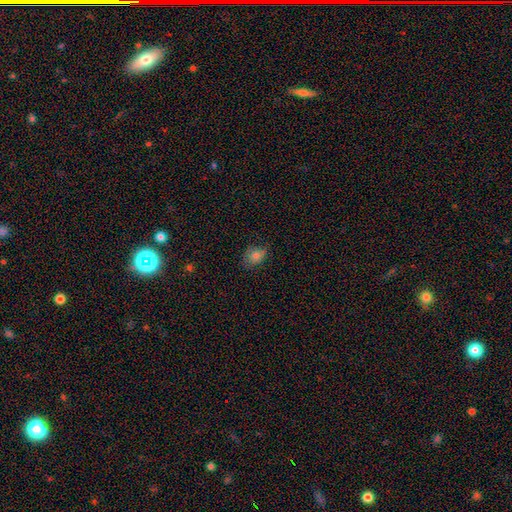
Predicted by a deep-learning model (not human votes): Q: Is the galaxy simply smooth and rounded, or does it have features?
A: smooth — 77%.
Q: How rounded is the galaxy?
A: in between — 62%.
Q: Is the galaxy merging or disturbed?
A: none — 68%.